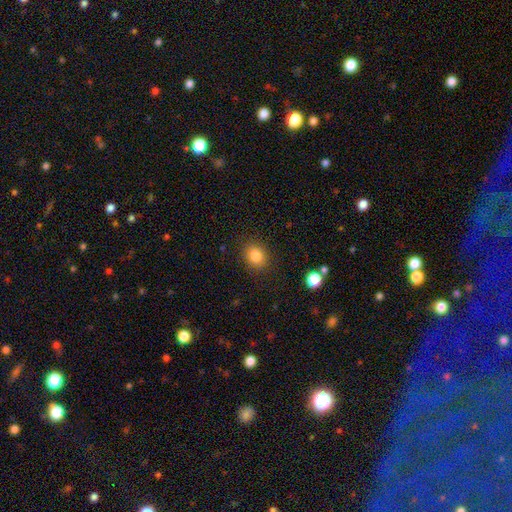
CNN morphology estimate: Smooth or featured? smooth (84%)
How rounded? round (65%)
Merging? none (87%)